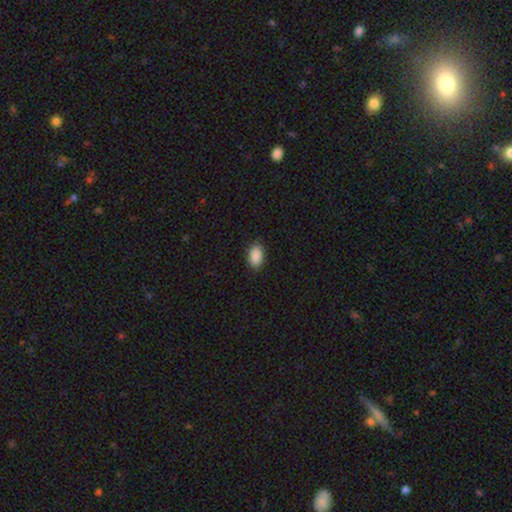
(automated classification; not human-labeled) A smooth galaxy with no disk features (90%) that is in between round and cigar-shaped (92%). Merging: none (85%).